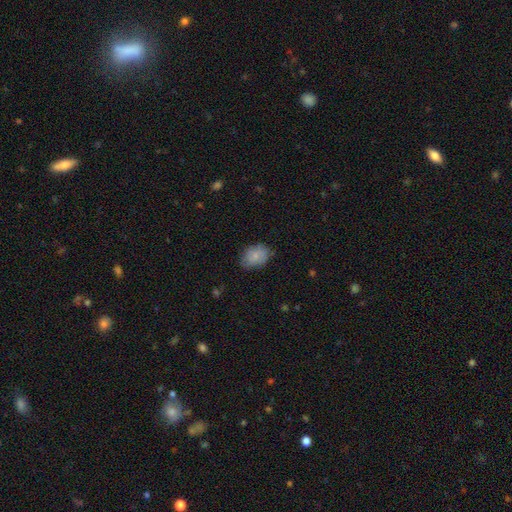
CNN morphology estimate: The model was most divided on "merging": none: 70%, minor disturbance: 24%, major disturbance: 5%, merger: 1%. More confident: how rounded — in between (79%); smooth or featured — smooth (76%).